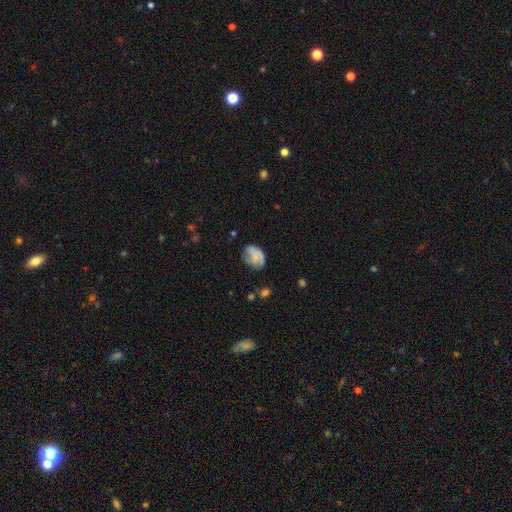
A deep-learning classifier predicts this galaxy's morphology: type=smooth (55%); roundness=in between (64%); merging=none (55%).